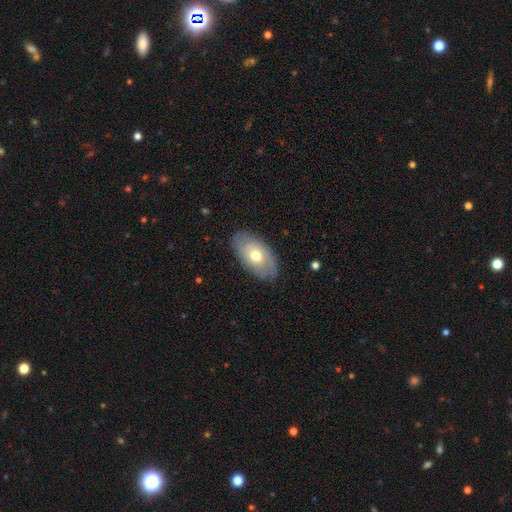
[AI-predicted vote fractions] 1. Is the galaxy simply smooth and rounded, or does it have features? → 63% smooth, 30% featured or disk, 7% star or artifact.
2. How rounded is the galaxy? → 93% in between, 5% round, 2% cigar-shaped.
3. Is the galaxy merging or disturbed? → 83% none, 13% minor disturbance, 3% major disturbance, 1% merger.